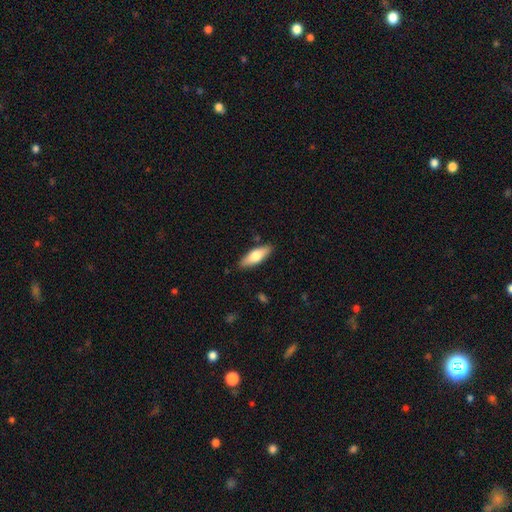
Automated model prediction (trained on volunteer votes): Overall: smooth (70%). How rounded: in between (64%; cigar-shaped 34%). Merging: none (87%).